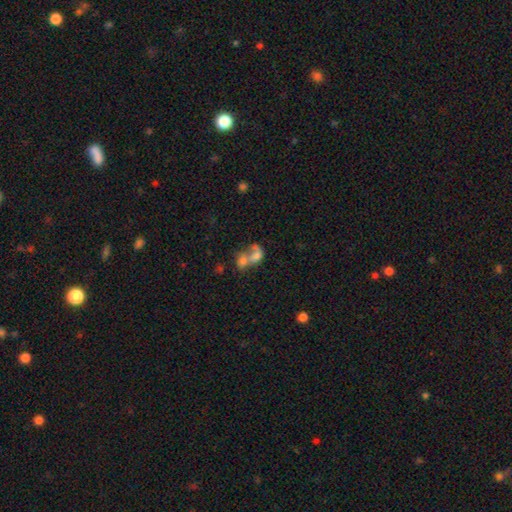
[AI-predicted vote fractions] Smooth or featured?
  - smooth: 59% *
  - featured or disk: 28%
  - star or artifact: 12%
How rounded?
  - in between: 67% *
  - round: 31%
  - cigar-shaped: 2%
Merging?
  - merger: 74% *
  - none: 11%
  - major disturbance: 9%
  - minor disturbance: 5%